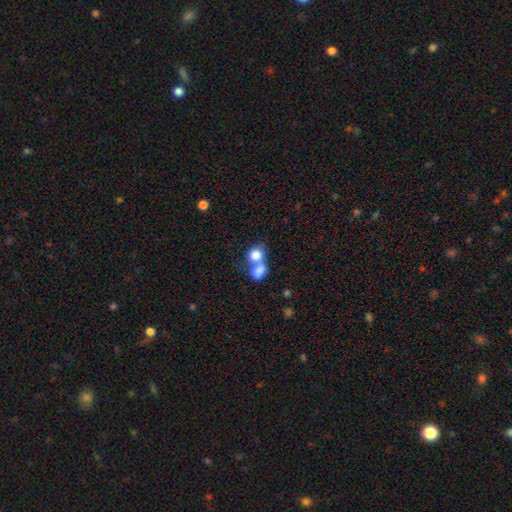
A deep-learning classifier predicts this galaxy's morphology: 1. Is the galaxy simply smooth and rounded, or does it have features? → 79% smooth, 12% featured or disk, 8% star or artifact.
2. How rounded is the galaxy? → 55% round, 44% in between, 1% cigar-shaped.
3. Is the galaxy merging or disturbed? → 71% merger, 19% none, 6% minor disturbance, 4% major disturbance.